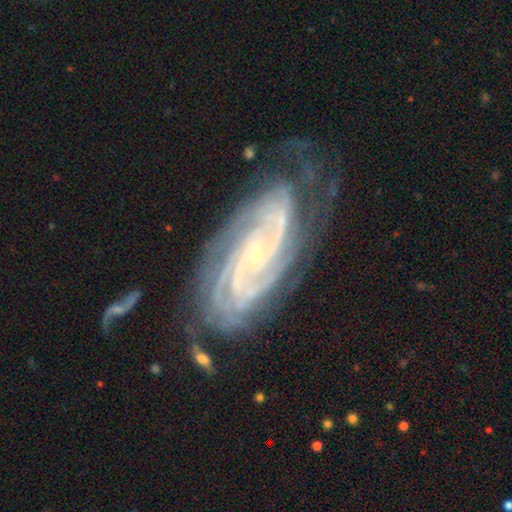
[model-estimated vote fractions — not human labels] This appears to be a featured or disk galaxy (90%) with no bar (63%), 4 (22%) tight (75%) spiral arms (98%) and a small central bulge (86%). Merging: none (67%).